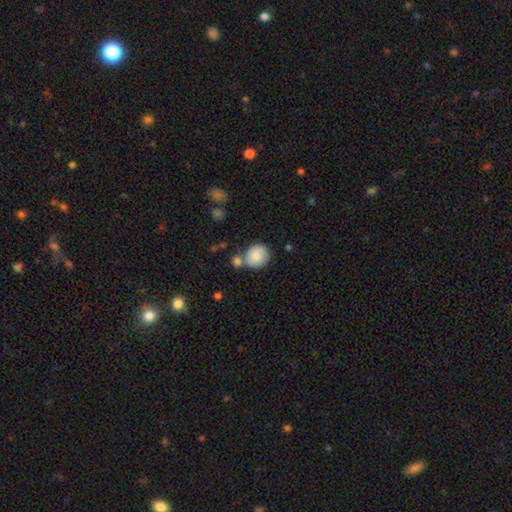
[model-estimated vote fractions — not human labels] A smooth galaxy with no disk features (86%) that is round (82%). Merging: none (57%).